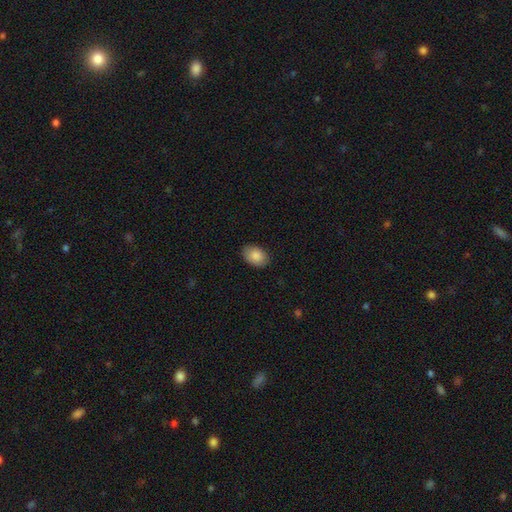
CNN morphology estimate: smooth_or_featured: smooth (p=0.88) [alt: star or artifact p=0.07]
how_rounded: in between (p=0.84) [alt: round p=0.15]
merging: none (p=0.87) [alt: minor disturbance p=0.10]